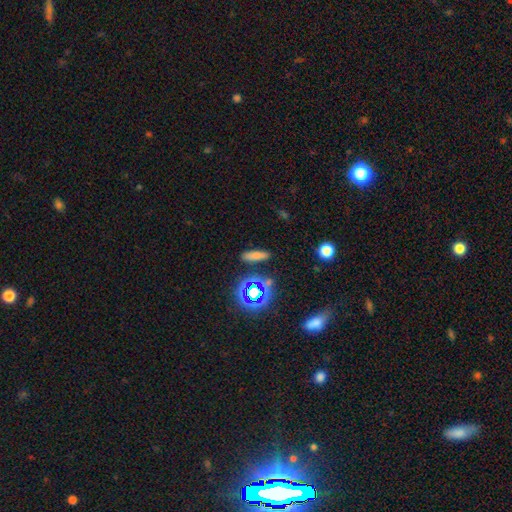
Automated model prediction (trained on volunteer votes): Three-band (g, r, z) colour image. It shows a smooth galaxy with no disk features (69%) that is cigar-shaped (61%). Merging: none (85%).